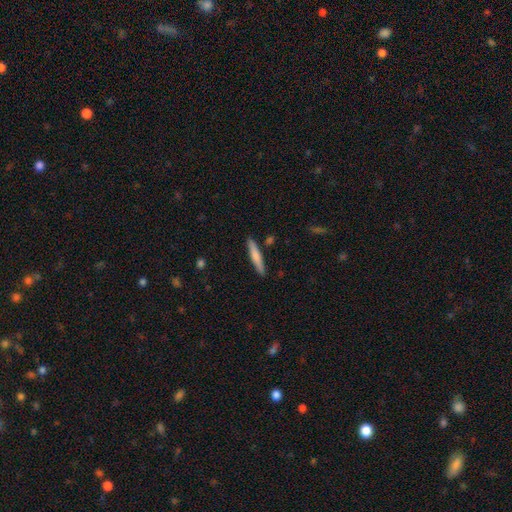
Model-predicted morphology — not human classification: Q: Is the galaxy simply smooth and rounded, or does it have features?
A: smooth — 71%.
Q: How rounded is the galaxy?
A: cigar-shaped — 93%.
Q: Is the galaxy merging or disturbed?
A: none — 88%.